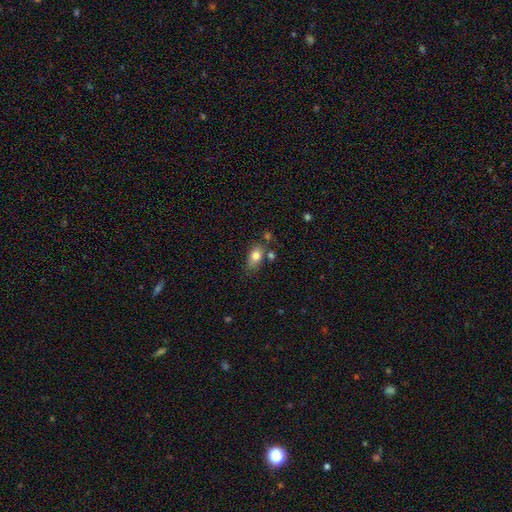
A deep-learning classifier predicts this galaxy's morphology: This appears to be a smooth galaxy with no disk features (80%) that is in between round and cigar-shaped (81%). Merging: none (58%).